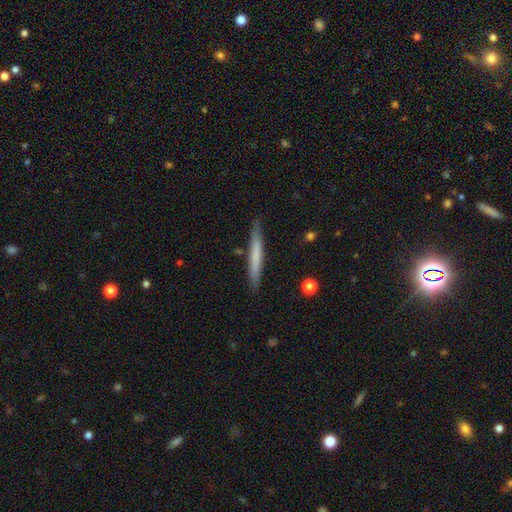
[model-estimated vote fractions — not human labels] Smooth or featured?
  - smooth: 63% *
  - featured or disk: 32%
  - star or artifact: 6%
How rounded?
  - cigar-shaped: 96% *
  - in between: 3%
  - round: 1%
Merging?
  - none: 87% *
  - minor disturbance: 10%
  - major disturbance: 2%
  - merger: 2%